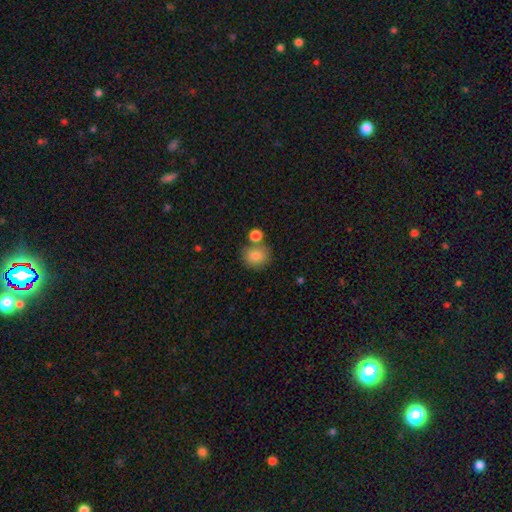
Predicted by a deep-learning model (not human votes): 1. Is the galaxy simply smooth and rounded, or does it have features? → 84% smooth, 9% star or artifact, 7% featured or disk.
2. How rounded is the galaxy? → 76% round, 23% in between, 1% cigar-shaped.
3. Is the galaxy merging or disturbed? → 66% none, 19% merger, 11% minor disturbance, 4% major disturbance.